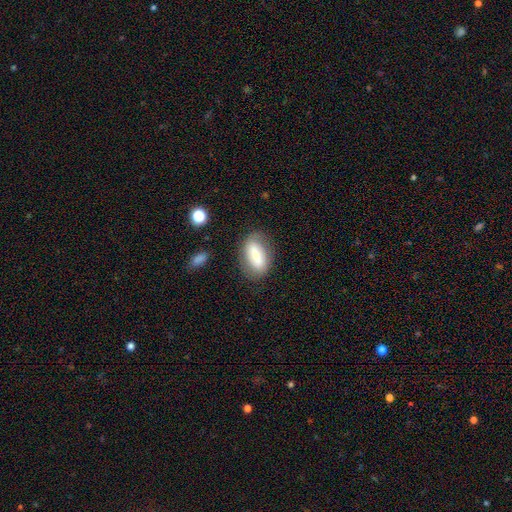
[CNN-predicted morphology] A smooth galaxy with no disk features (56%) that is in between round and cigar-shaped (85%).

Vote fractions:
- Smooth or featured? smooth: 56% / featured or disk: 36% / star or artifact: 7%
- How rounded? in between: 85% / cigar-shaped: 10% / round: 5%
- Merging? none: 76% / minor disturbance: 16% / major disturbance: 6% / merger: 2%